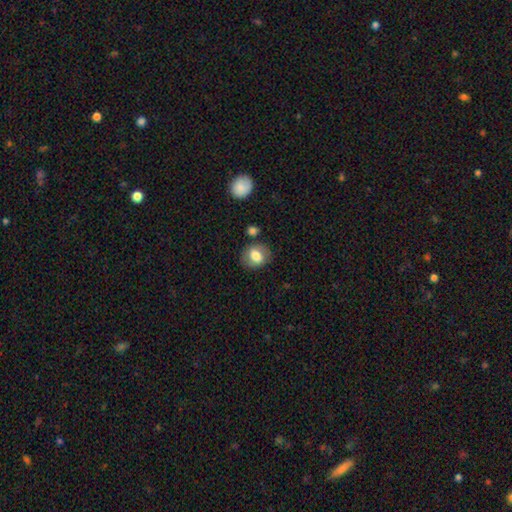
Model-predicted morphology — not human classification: Q: Smooth or featured?
A: smooth (73%); runner-up: featured or disk (19%)
Q: How rounded?
A: round (50%); runner-up: in between (49%)
Q: Merging?
A: none (74%); runner-up: minor disturbance (15%)